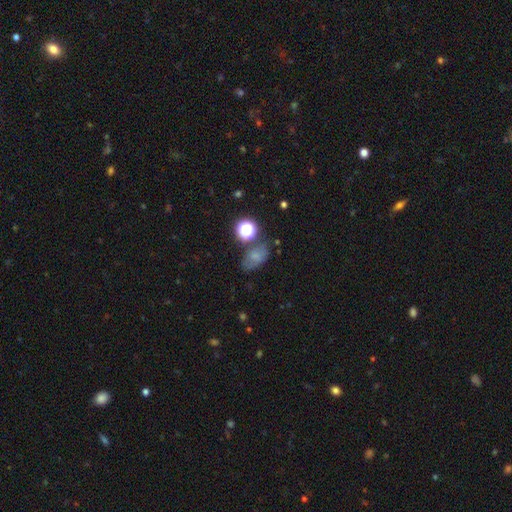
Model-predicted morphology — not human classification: This is possibly a smooth galaxy (55%). How rounded: likely in between (73%). Merging: possibly none (59%).